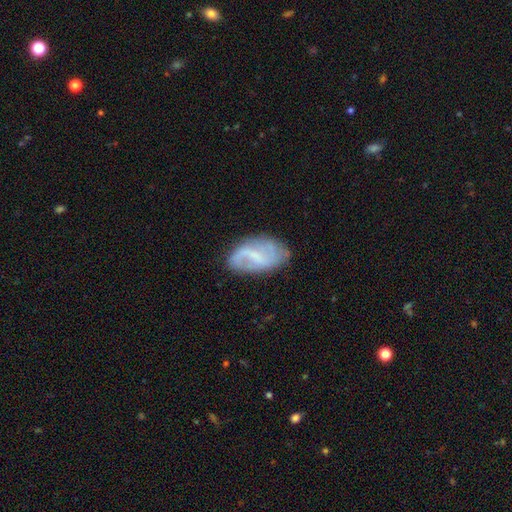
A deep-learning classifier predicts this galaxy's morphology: type=featured or disk (61%); edge-on=no (96%); bar=weak (48%); spiral arms=yes (72%); bulge=none (45%); merging=none (62%).